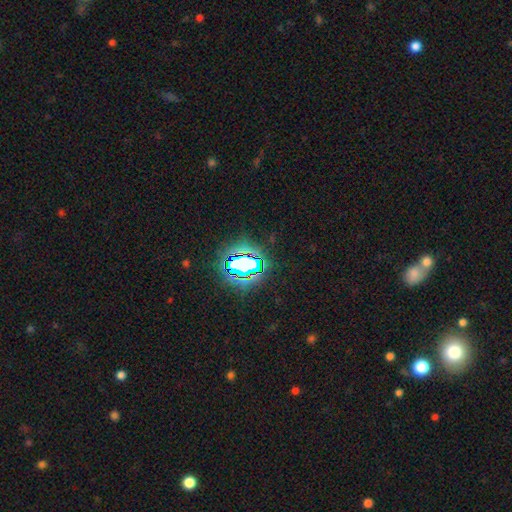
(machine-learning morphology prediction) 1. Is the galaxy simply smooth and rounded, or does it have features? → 80% star or artifact, 13% smooth, 7% featured or disk.